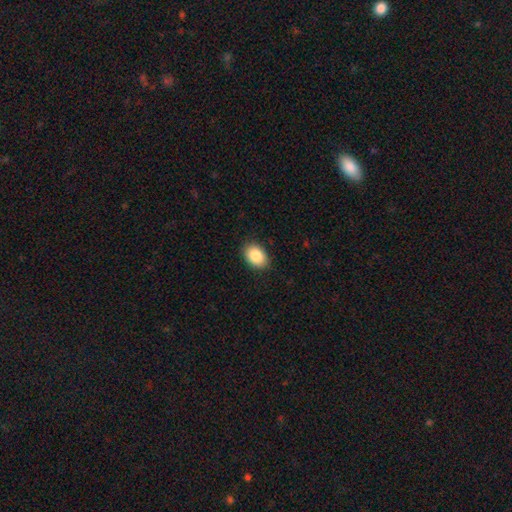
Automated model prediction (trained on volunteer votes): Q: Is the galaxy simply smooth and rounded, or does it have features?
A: smooth — 87%.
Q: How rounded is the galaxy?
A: in between — 78%.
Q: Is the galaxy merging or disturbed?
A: none — 88%.